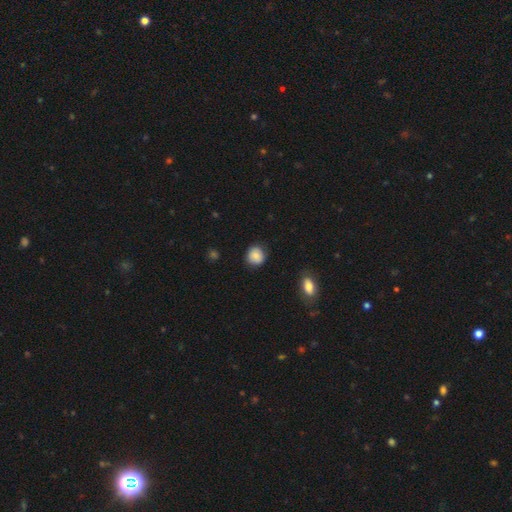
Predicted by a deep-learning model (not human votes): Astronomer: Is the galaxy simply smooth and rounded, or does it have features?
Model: smooth — 84%.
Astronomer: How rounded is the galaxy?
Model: round — 85%.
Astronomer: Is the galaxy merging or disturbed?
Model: none — 84%.